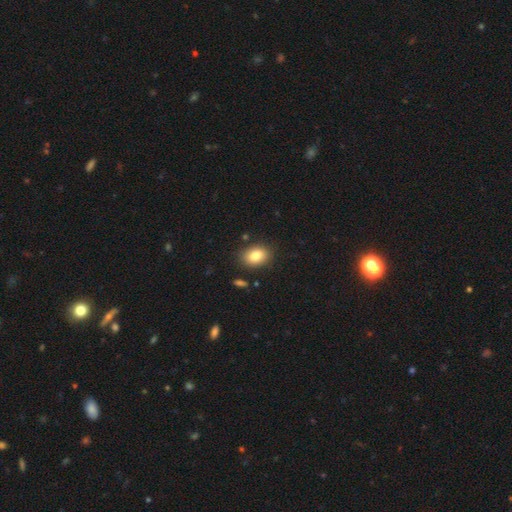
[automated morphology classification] smooth_or_featured: smooth (p=0.84) [alt: star or artifact p=0.09]
how_rounded: in between (p=0.77) [alt: round p=0.22]
merging: none (p=0.85) [alt: minor disturbance p=0.10]